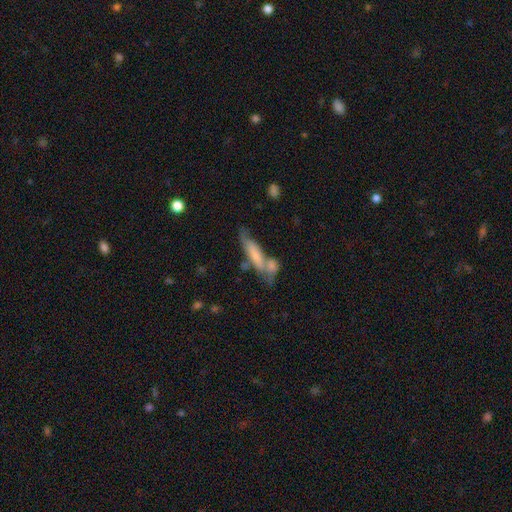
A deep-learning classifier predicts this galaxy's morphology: A smooth galaxy with no disk features (58%) that is cigar-shaped (71%).

Vote fractions:
- Smooth or featured? smooth: 58% / featured or disk: 34% / star or artifact: 7%
- How rounded? cigar-shaped: 71% / in between: 27% / round: 2%
- Merging? merger: 37% / none: 36% / minor disturbance: 17% / major disturbance: 9%